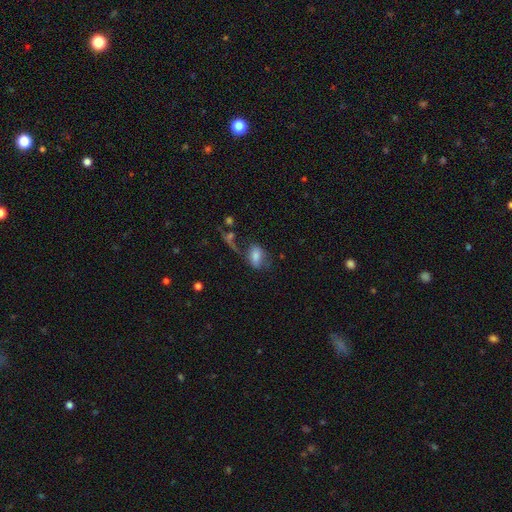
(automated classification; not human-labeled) Smooth or featured: smooth — 67% (featured or disk — 23%)
How rounded: in between — 83% (round — 15%)
Merging: none — 43% (major disturbance — 24%)